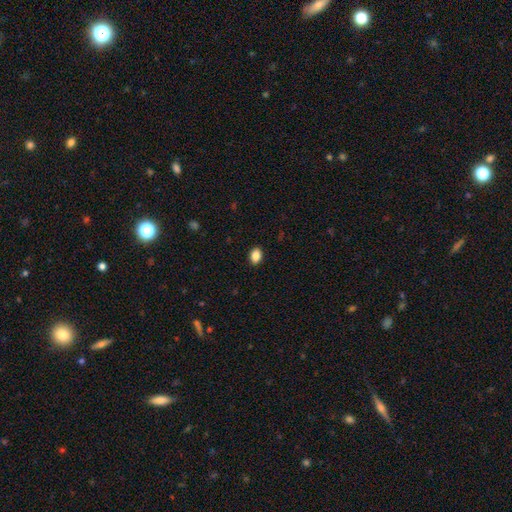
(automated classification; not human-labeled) Overall: smooth (87%). How rounded: in between (81%). Merging: none (90%).